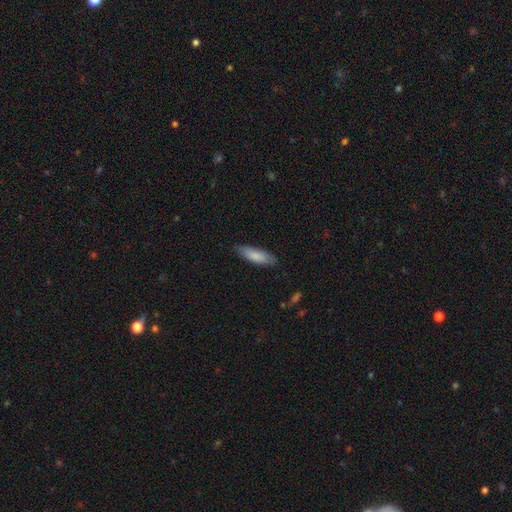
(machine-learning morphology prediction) smooth 84%, featured or disk 11%, star or artifact 5%. Down the decision tree: how rounded — cigar-shaped (53%); merging — none (83%).